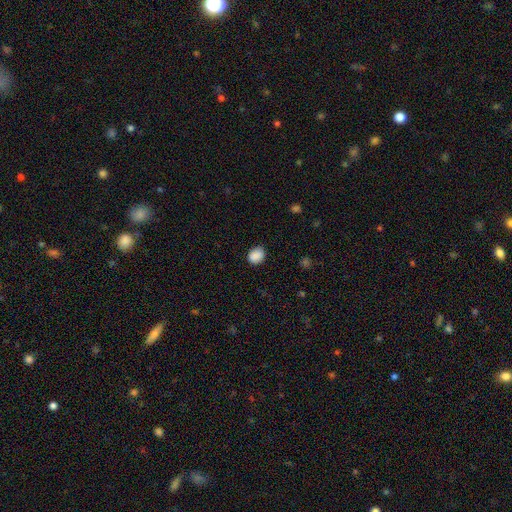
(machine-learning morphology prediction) smooth_or_featured: smooth (p=0.89) [alt: star or artifact p=0.08]
how_rounded: round (p=0.57) [alt: in between p=0.42]
merging: none (p=0.83) [alt: minor disturbance p=0.13]